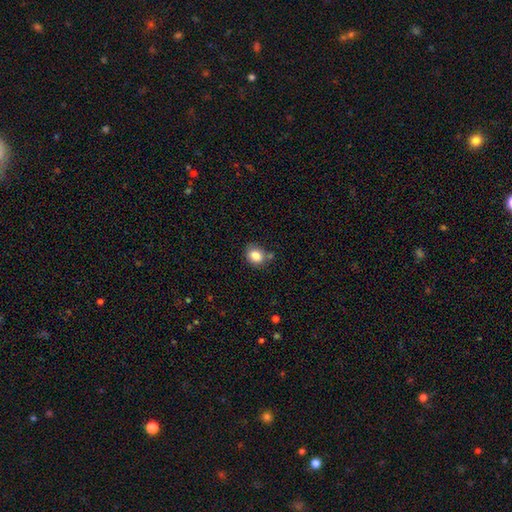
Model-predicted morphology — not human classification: smooth_or_featured: smooth (p=0.85) [alt: star or artifact p=0.10]
how_rounded: round (p=0.57) [alt: in between p=0.43]
merging: none (p=0.71) [alt: minor disturbance p=0.17]